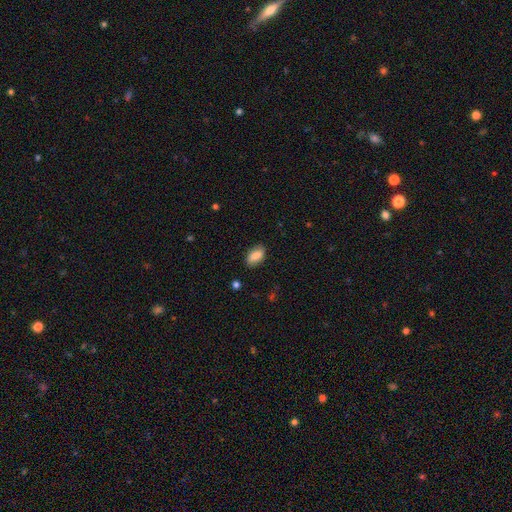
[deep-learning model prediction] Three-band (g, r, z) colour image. It shows a smooth galaxy with no disk features (80%) that is in between round and cigar-shaped (92%). Merging: none (82%).